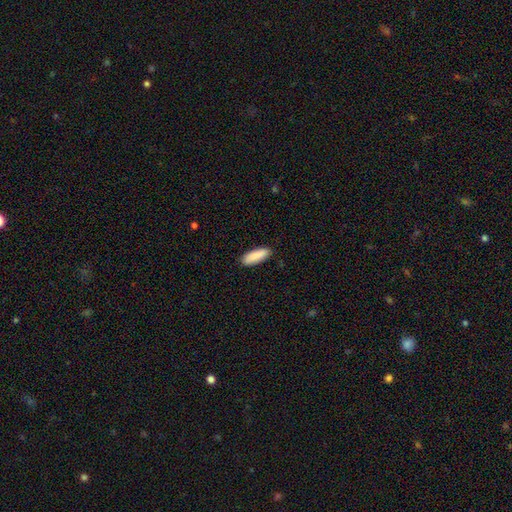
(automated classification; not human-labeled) smooth 90%, star or artifact 6%, featured or disk 5%. Down the decision tree: how rounded — in between (58%); merging — none (89%).